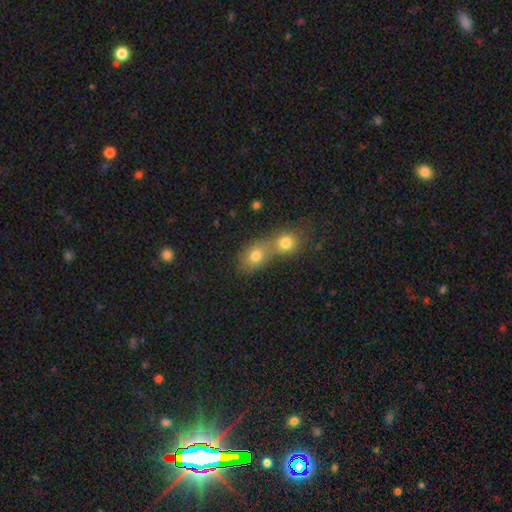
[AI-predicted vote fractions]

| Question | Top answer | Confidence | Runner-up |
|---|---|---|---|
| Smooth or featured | smooth | 76% | star or artifact (12%) |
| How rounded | round | 55% | in between (44%) |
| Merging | merger | 66% | none (26%) |